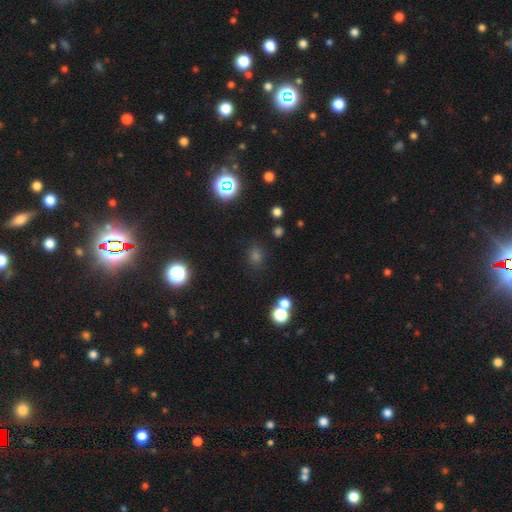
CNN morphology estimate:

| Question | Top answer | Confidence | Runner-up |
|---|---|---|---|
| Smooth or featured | smooth | 62% | star or artifact (31%) |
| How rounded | round | 74% | in between (24%) |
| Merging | none | 82% | minor disturbance (10%) |